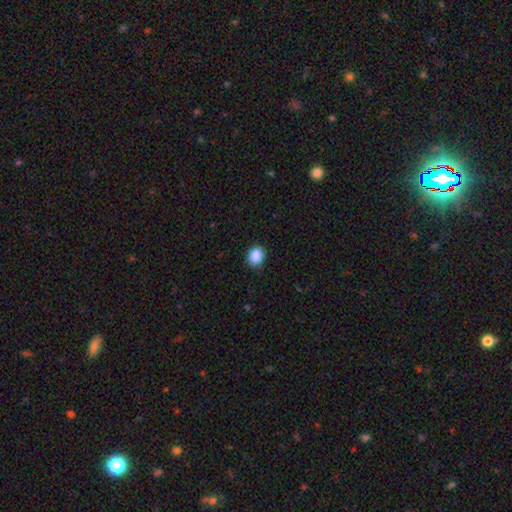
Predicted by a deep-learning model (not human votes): smooth 89%, star or artifact 9%, featured or disk 3%. Down the decision tree: how rounded — round (61%); merging — none (87%).